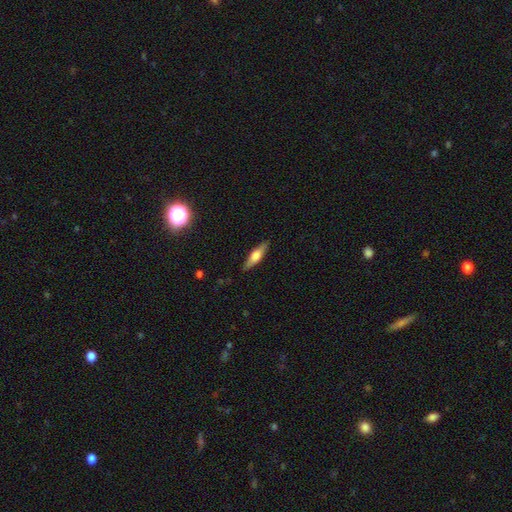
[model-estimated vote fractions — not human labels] Smooth or featured? smooth (50%)
How rounded? cigar-shaped (66%)
Merging? none (87%)